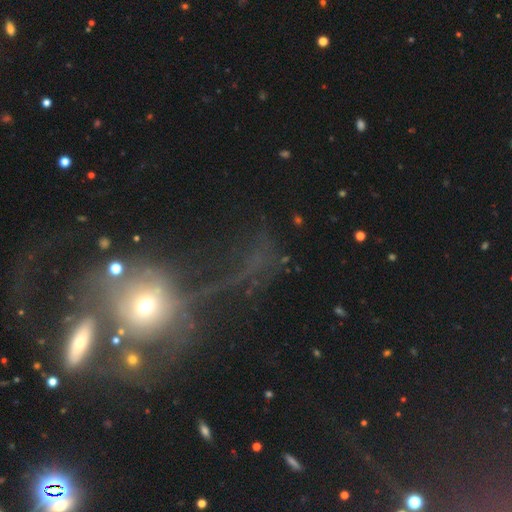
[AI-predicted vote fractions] Smooth or featured?
  - star or artifact: 40% *
  - smooth: 31%
  - featured or disk: 29%